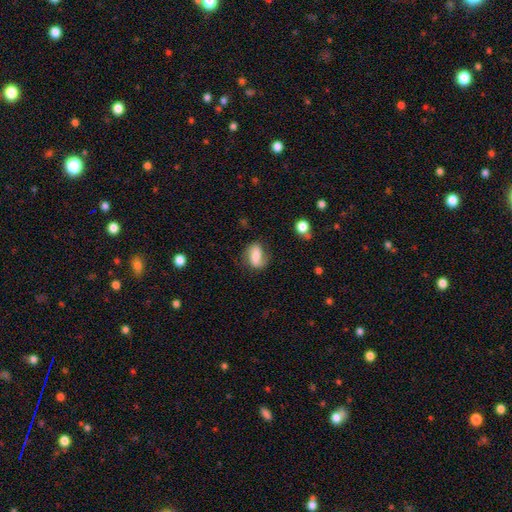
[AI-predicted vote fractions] smooth_or_featured: smooth (p=0.50) [alt: featured or disk p=0.42]
merging: none (p=0.66) [alt: minor disturbance p=0.23]